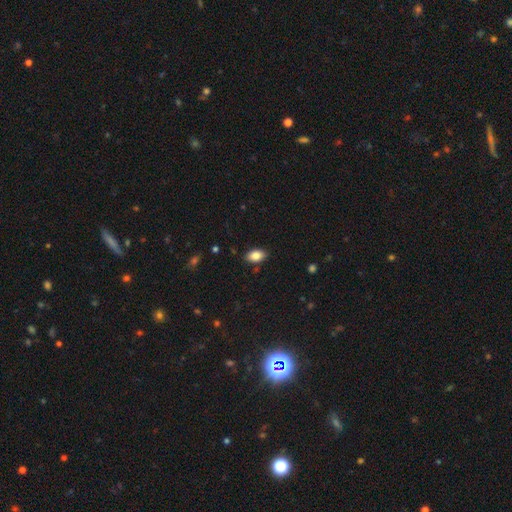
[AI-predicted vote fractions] smooth_or_featured: smooth (p=0.84) [alt: featured or disk p=0.08]
how_rounded: in between (p=0.91) [alt: round p=0.07]
merging: none (p=0.86) [alt: minor disturbance p=0.10]